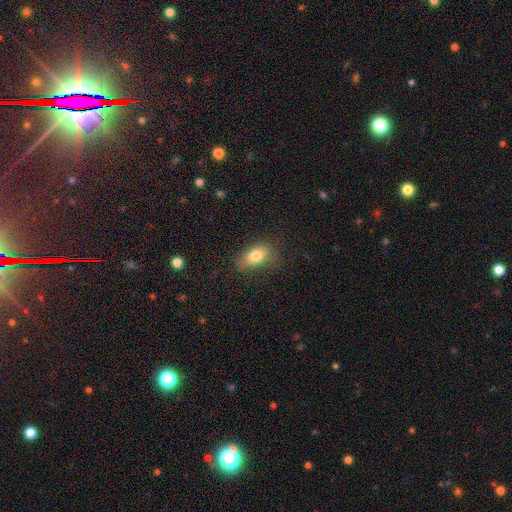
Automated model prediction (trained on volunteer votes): A smooth galaxy with no disk features (80%) that is in between round and cigar-shaped (87%). Merging: none (72%).